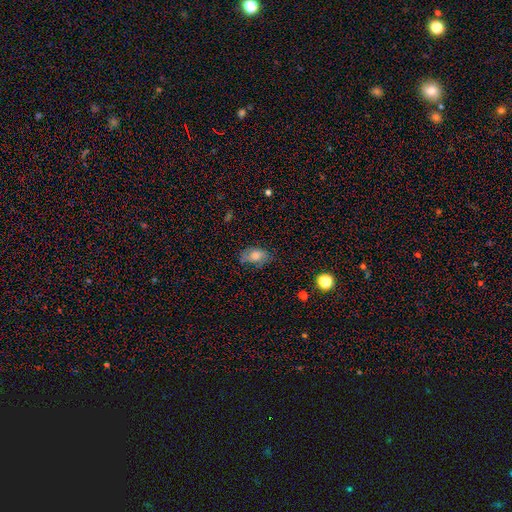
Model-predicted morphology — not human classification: Smooth or featured? smooth (72%)
How rounded? in between (88%)
Merging? none (61%)